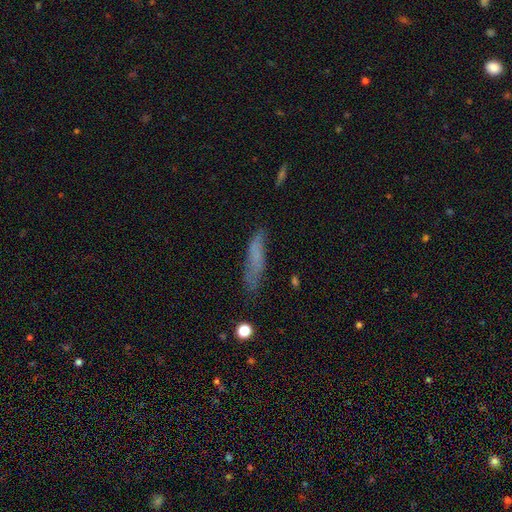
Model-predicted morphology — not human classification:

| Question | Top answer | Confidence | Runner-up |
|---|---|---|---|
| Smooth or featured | smooth | 63% | featured or disk (26%) |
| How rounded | cigar-shaped | 79% | in between (19%) |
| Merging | none | 65% | minor disturbance (24%) |